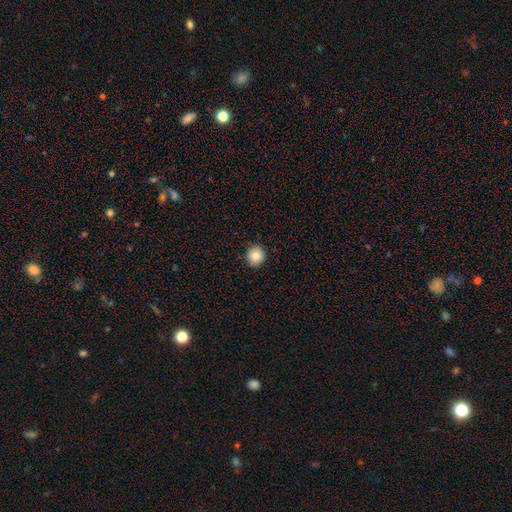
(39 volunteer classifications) Smooth or featured? 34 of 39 (87%) said smooth. How rounded? 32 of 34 (94%) said round. Merging? 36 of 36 (100%) said none.